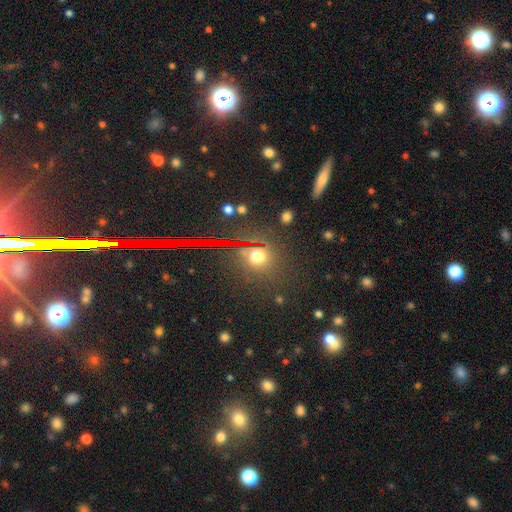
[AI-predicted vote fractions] smooth_or_featured: smooth (p=0.58) [alt: star or artifact p=0.33]
how_rounded: round (p=0.82) [alt: in between p=0.16]
merging: none (p=0.80) [alt: minor disturbance p=0.10]